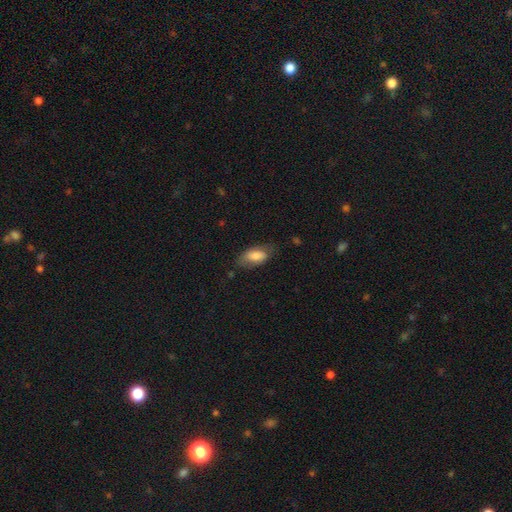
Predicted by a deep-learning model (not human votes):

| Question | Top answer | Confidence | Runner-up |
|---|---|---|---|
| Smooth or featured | smooth | 77% | featured or disk (17%) |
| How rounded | in between | 89% | cigar-shaped (8%) |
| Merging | none | 65% | minor disturbance (25%) |